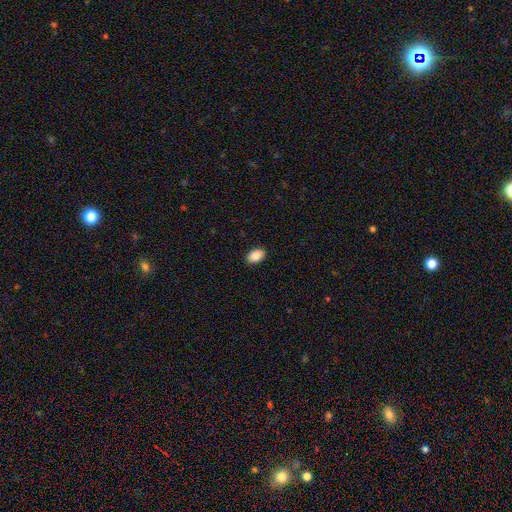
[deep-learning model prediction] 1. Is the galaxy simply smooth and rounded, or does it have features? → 89% smooth, 7% star or artifact, 4% featured or disk.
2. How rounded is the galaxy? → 91% in between, 8% round, 1% cigar-shaped.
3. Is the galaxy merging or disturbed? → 90% none, 7% minor disturbance, 2% major disturbance, 1% merger.